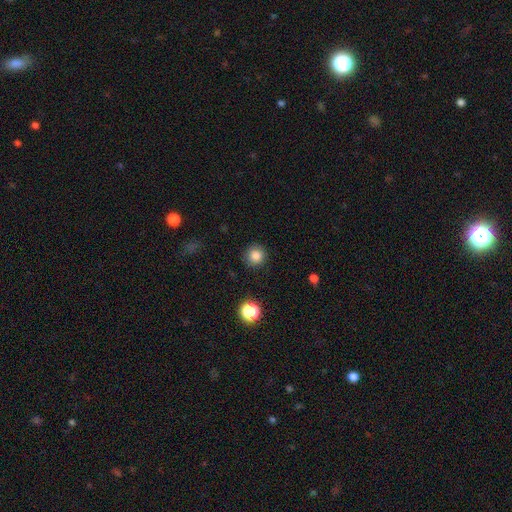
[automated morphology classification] The model was most divided on "smooth or featured": smooth: 83%, star or artifact: 12%, featured or disk: 5%. More confident: how rounded — round (92%); merging — none (89%).